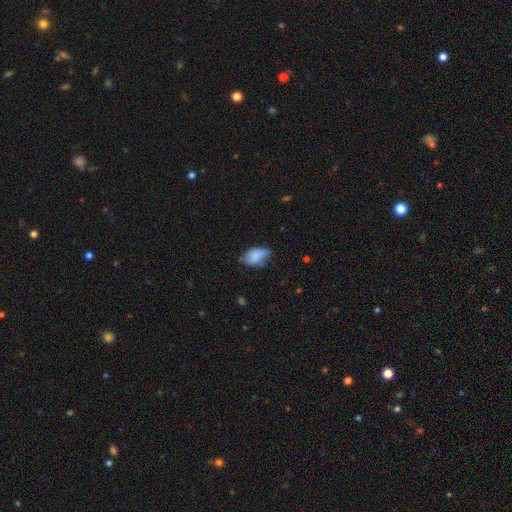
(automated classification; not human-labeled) Smooth or featured?
  - smooth: 78% *
  - featured or disk: 14%
  - star or artifact: 8%
How rounded?
  - in between: 90% *
  - round: 8%
  - cigar-shaped: 2%
Merging?
  - none: 47% *
  - minor disturbance: 40%
  - major disturbance: 11%
  - merger: 3%